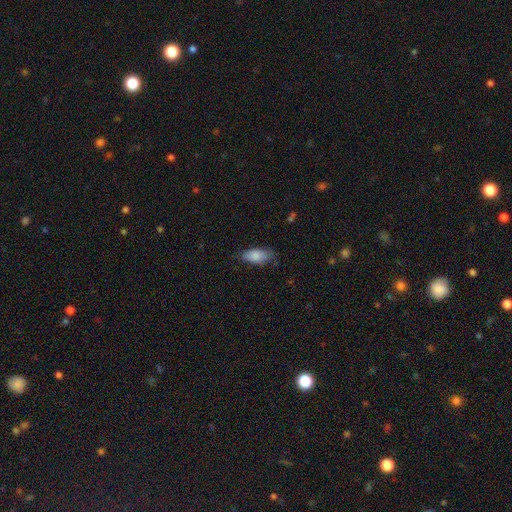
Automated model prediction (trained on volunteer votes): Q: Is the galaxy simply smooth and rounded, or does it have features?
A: smooth — 85%.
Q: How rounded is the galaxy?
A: in between — 87%.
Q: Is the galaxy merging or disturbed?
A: none — 69%.